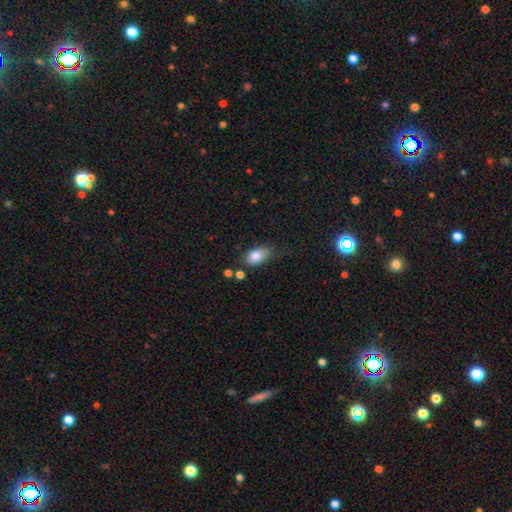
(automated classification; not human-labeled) smooth_or_featured: smooth (p=0.84) [alt: star or artifact p=0.08]
how_rounded: in between (p=0.88) [alt: round p=0.10]
merging: none (p=0.59) [alt: minor disturbance p=0.27]